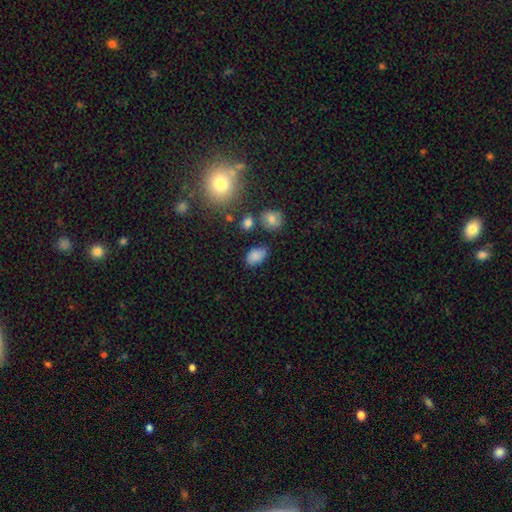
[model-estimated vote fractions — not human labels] Smooth or featured?
  - smooth: 80% *
  - star or artifact: 12%
  - featured or disk: 9%
How rounded?
  - in between: 86% *
  - round: 13%
  - cigar-shaped: 1%
Merging?
  - none: 69% *
  - minor disturbance: 21%
  - major disturbance: 6%
  - merger: 5%